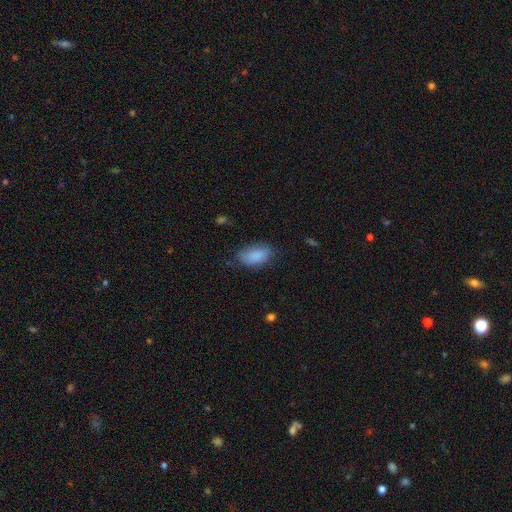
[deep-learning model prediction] smooth-or-featured: smooth: 88% | star or artifact: 7% | featured or disk: 6%
  how-rounded: in between: 93% | round: 4% | cigar-shaped: 4%
  merging: none: 73% | minor disturbance: 21% | major disturbance: 5% | merger: 1%